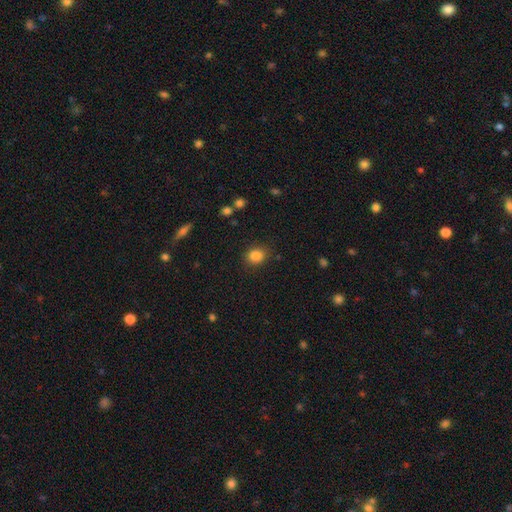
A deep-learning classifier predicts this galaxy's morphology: Smooth or featured? smooth (85%)
How rounded? round (61%)
Merging? none (85%)